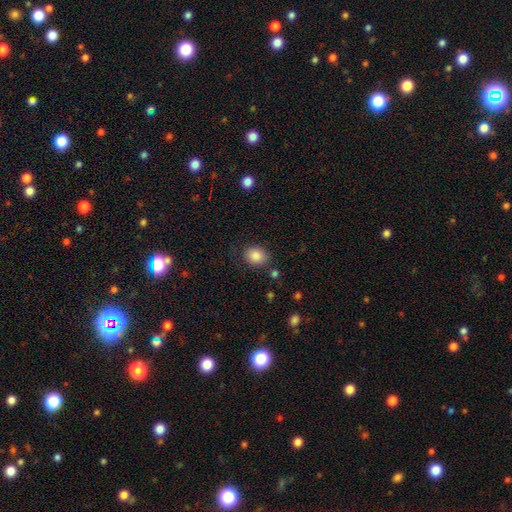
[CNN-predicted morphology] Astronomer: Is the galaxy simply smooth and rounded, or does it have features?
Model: smooth — 87%.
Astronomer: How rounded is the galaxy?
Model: round — 64%.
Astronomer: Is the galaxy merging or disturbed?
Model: none — 80%.